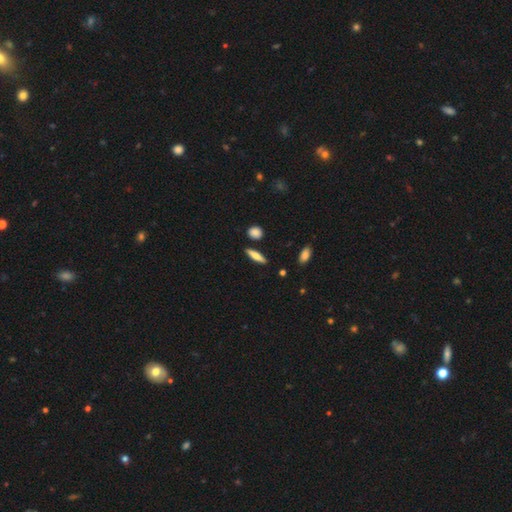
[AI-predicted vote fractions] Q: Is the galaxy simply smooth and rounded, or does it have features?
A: smooth — 70%.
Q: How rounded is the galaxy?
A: cigar-shaped — 73%.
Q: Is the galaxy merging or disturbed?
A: none — 86%.